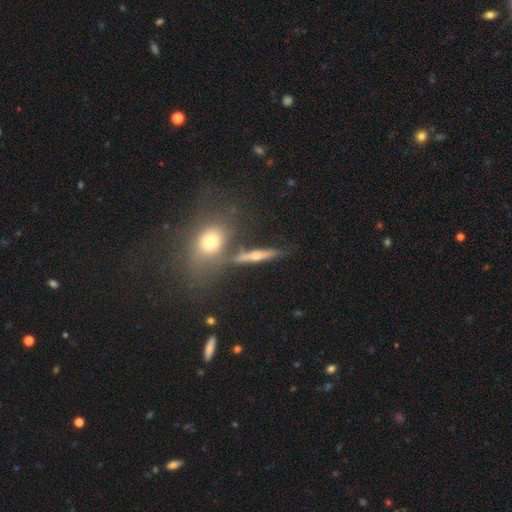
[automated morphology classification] smooth_or_featured: featured or disk (p=0.48) [alt: smooth p=0.40]
merging: none (p=0.67) [alt: merger p=0.15]